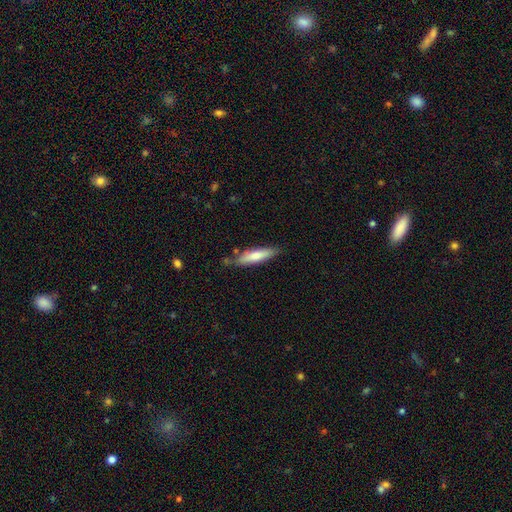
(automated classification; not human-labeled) Smooth or featured? smooth (69%)
How rounded? cigar-shaped (76%)
Merging? none (76%)